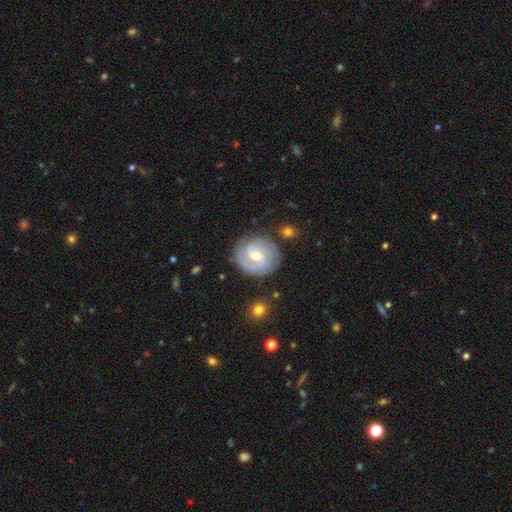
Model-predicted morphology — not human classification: Q: Smooth or featured?
A: featured or disk (75%); runner-up: smooth (19%)
Q: Edge-on disk?
A: no (98%); runner-up: yes (2%)
Q: Bar?
A: weak (52%); runner-up: no (38%)
Q: Spiral arms?
A: yes (92%); runner-up: no (8%)
Q: Spiral winding?
A: tight (57%); runner-up: medium (33%)
Q: Spiral arm count?
A: 2 (53%); runner-up: can't tell (21%)
Q: Bulge size?
A: moderate (57%); runner-up: small (39%)
Q: Merging?
A: none (80%); runner-up: minor disturbance (13%)